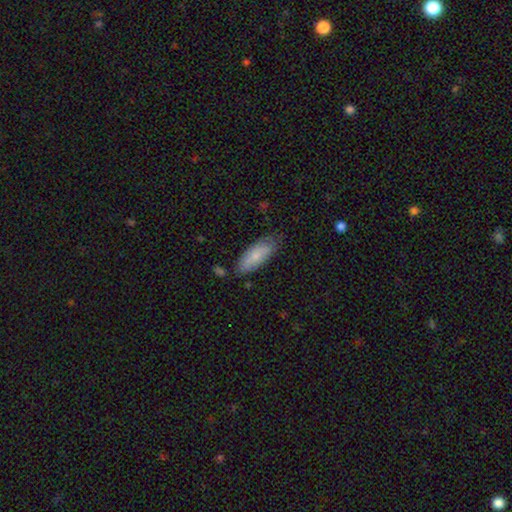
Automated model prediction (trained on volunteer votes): smooth_or_featured: smooth (p=0.78) [alt: featured or disk p=0.16]
how_rounded: in between (p=0.75) [alt: cigar-shaped p=0.24]
merging: none (p=0.72) [alt: minor disturbance p=0.21]